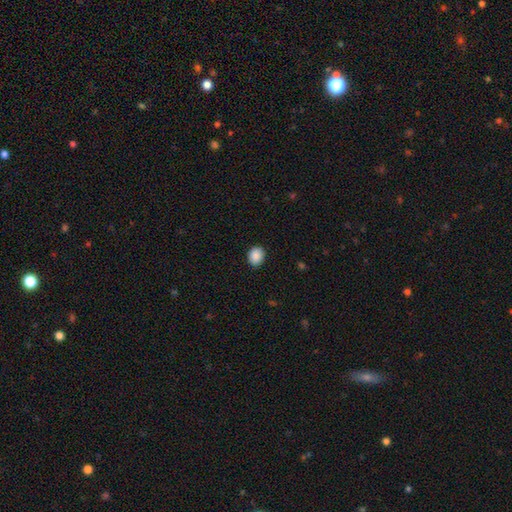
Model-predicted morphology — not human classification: smooth 89%, star or artifact 8%, featured or disk 3%. Down the decision tree: how rounded — in between (51%); merging — none (89%).